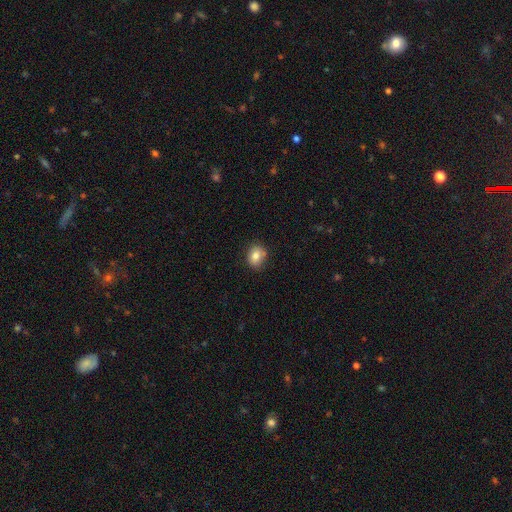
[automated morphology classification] This appears to be a smooth galaxy with no disk features (81%) that is in between round and cigar-shaped (52%). Merging: none (77%).